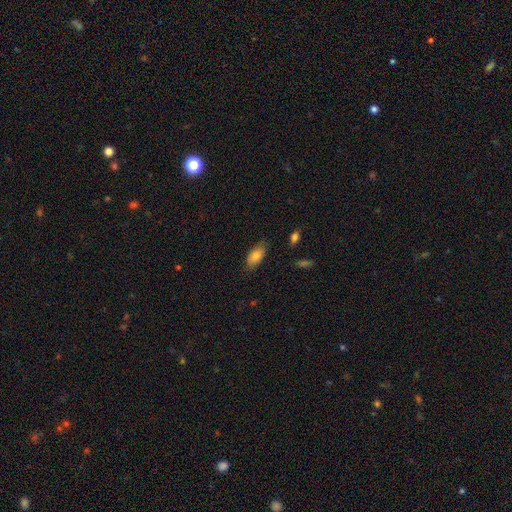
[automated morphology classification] A smooth galaxy with no disk features (80%) that is in between round and cigar-shaped (89%). Merging: none (81%).